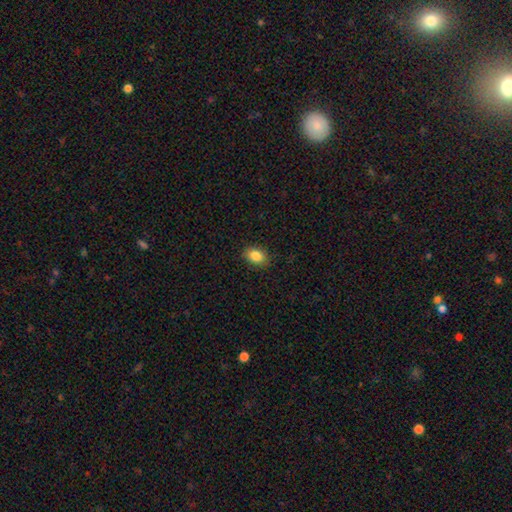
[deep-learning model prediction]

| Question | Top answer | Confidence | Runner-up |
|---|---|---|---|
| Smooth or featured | smooth | 86% | star or artifact (9%) |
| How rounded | in between | 76% | round (23%) |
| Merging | none | 86% | minor disturbance (10%) |